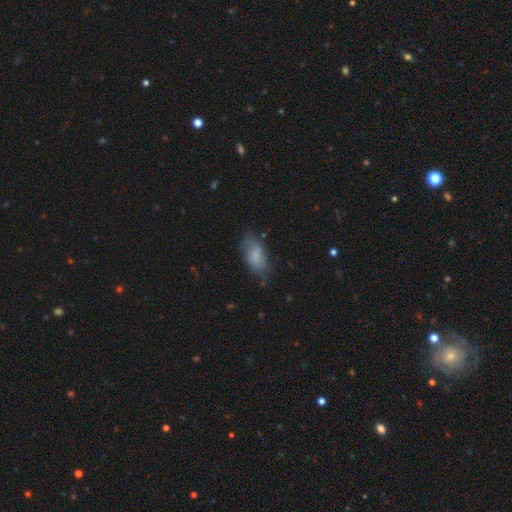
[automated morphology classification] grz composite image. It shows a smooth galaxy with no disk features (73%) that is in between round and cigar-shaped (91%). Merging: none (60%).